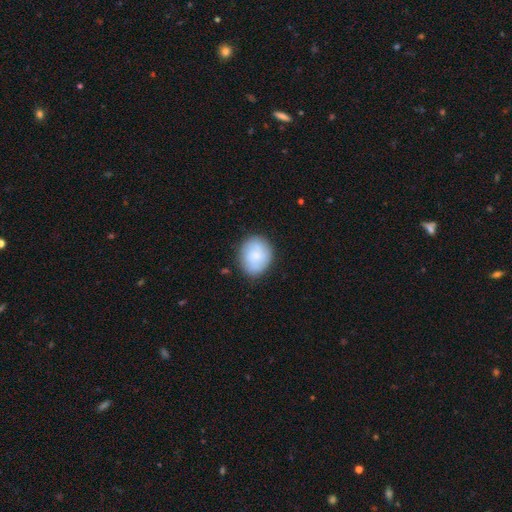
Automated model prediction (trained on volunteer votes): smooth_or_featured: smooth (p=0.71) [alt: featured or disk p=0.23]
how_rounded: round (p=0.66) [alt: in between p=0.33]
merging: none (p=0.78) [alt: minor disturbance p=0.16]